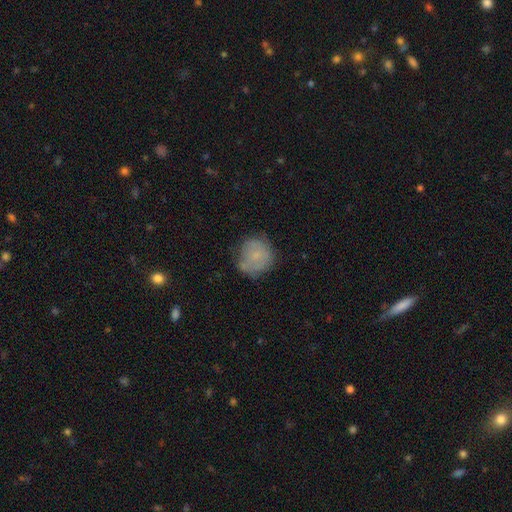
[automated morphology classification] smooth 65%, featured or disk 26%, star or artifact 10%. Down the decision tree: how rounded — round (82%); merging — none (58%).